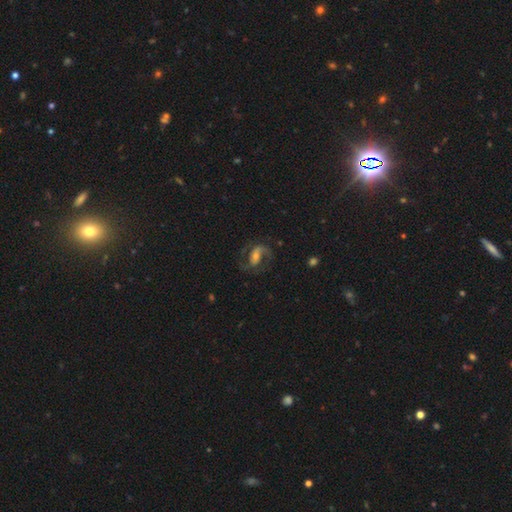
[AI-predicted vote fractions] Smooth or featured? featured or disk (80%)
Edge-on disk? no (97%)
Bar? weak (43%)
Spiral arms? yes (95%)
Spiral winding? medium (55%)
Spiral arm count? 2 (86%)
Bulge size? moderate (42%)
Merging? none (67%)